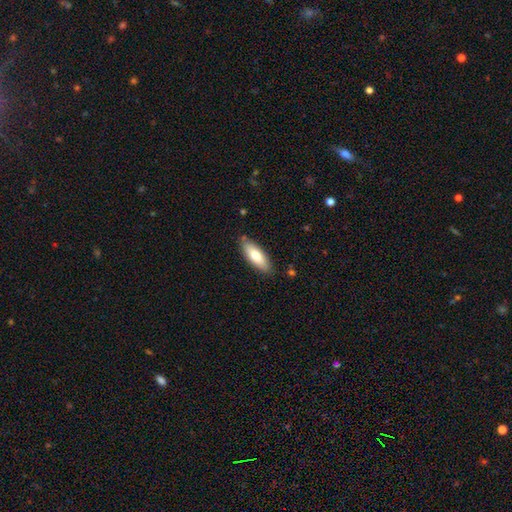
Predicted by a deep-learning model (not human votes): A smooth galaxy with no disk features (75%) that is in between round and cigar-shaped (64%). Merging: none (84%).